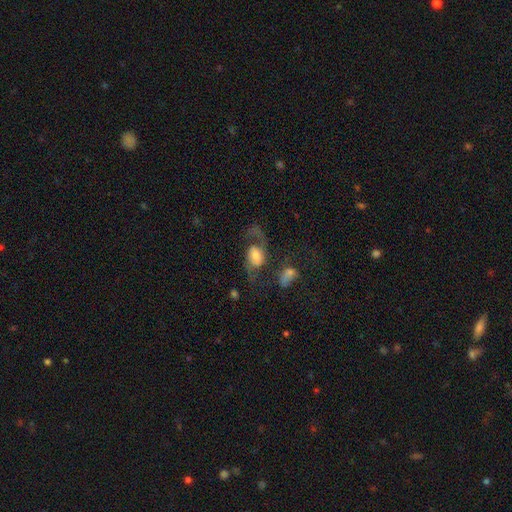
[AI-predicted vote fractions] A featured or disk galaxy (63%) with no bar (52%), 2 (84%) loose (61%) spiral arms (85%) and a moderate central bulge (40%). Merging: none (40%).